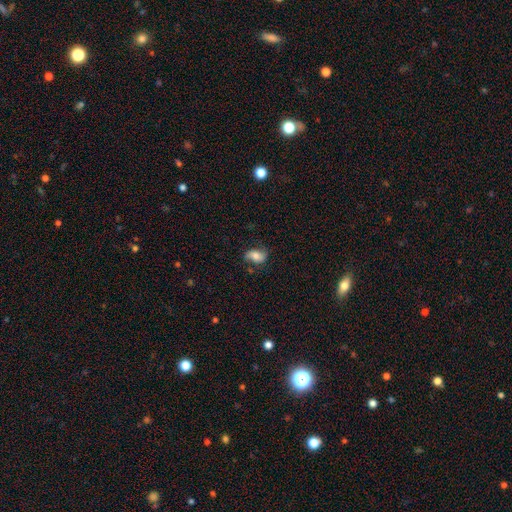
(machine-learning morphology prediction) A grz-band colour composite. It shows a smooth galaxy with no disk features (58%) that is in between round and cigar-shaped (84%). Merging: none (63%).